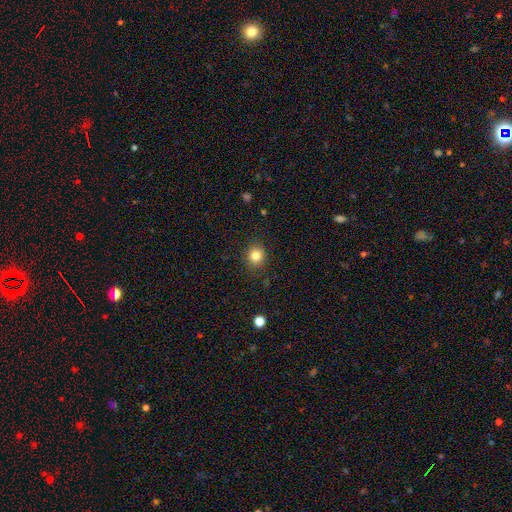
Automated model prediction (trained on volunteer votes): Smooth or featured?
  - smooth: 82% *
  - star or artifact: 12%
  - featured or disk: 6%
How rounded?
  - round: 84% *
  - in between: 15%
  - cigar-shaped: 1%
Merging?
  - none: 89% *
  - minor disturbance: 8%
  - major disturbance: 2%
  - merger: 1%